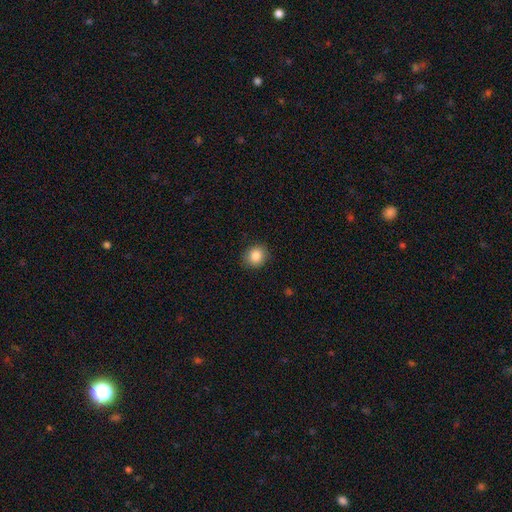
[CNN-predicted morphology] This appears to be a smooth galaxy with no disk features (86%) that is round (78%). Merging: none (89%).